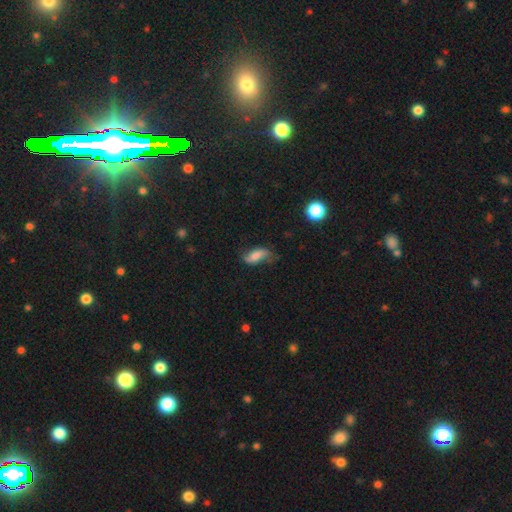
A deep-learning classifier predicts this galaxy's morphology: Overall: smooth (55%; featured or disk 36%). How rounded: in between (78%). Merging: none (51%; minor disturbance 31%).